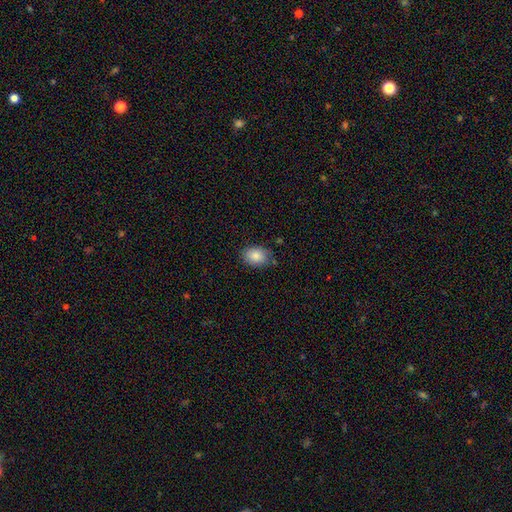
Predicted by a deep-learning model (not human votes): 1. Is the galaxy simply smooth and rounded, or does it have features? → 86% smooth, 7% star or artifact, 6% featured or disk.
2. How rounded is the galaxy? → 76% in between, 23% round, 1% cigar-shaped.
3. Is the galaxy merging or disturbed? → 79% none, 16% minor disturbance, 3% major disturbance, 2% merger.